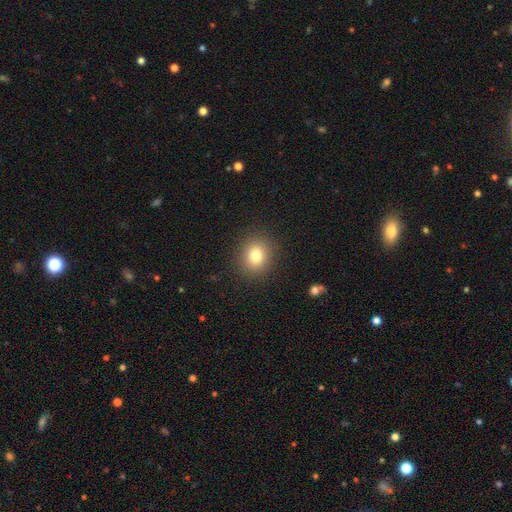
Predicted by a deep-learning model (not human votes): smooth-or-featured: smooth: 79% | star or artifact: 12% | featured or disk: 9%
  how-rounded: round: 76% | in between: 23% | cigar-shaped: 1%
  merging: none: 89% | minor disturbance: 7% | major disturbance: 3% | merger: 1%